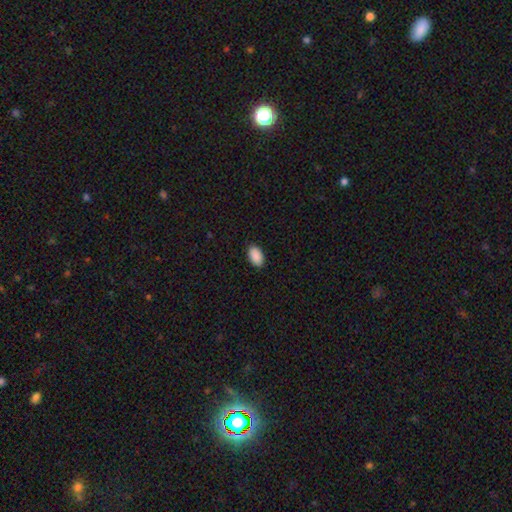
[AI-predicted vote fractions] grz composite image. It shows a smooth galaxy with no disk features (91%) that is in between round and cigar-shaped (95%). Merging: none (89%).